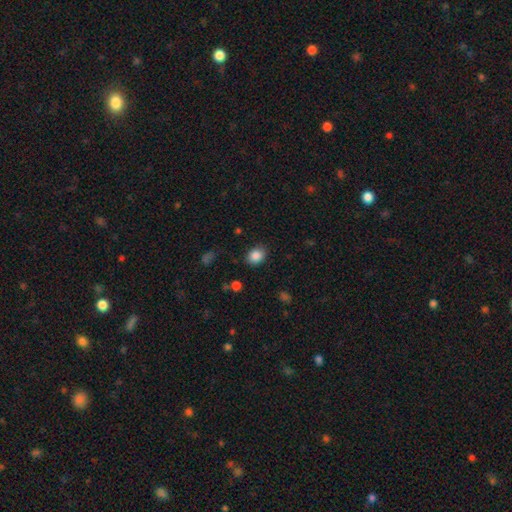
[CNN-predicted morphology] A smooth galaxy with no disk features (87%) that is in between round and cigar-shaped (59%).

Vote fractions:
- Smooth or featured? smooth: 87% / star or artifact: 9% / featured or disk: 5%
- How rounded? in between: 59% / round: 40% / cigar-shaped: 1%
- Merging? none: 83% / minor disturbance: 12% / major disturbance: 3% / merger: 1%